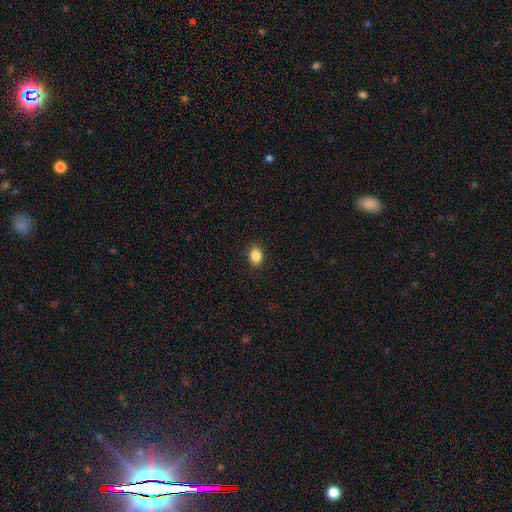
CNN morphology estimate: The model was most divided on "how rounded": in between: 56%, round: 43%, cigar-shaped: 1%. More confident: merging — none (89%); smooth or featured — smooth (86%).